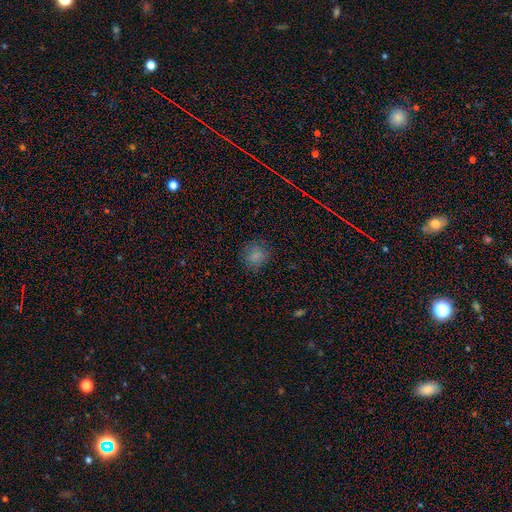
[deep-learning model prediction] Smooth or featured? Predicted: smooth (p=0.79). How rounded? Predicted: round (p=0.85). Merging? Predicted: none (p=0.82).